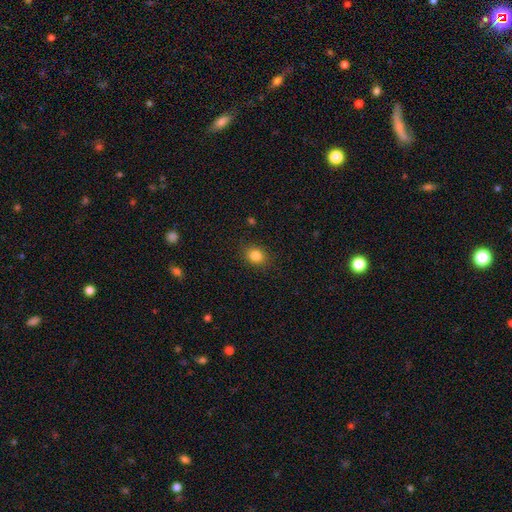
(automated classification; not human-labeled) A smooth galaxy with no disk features (84%) that is round (61%).

Vote fractions:
- Smooth or featured? smooth: 84% / star or artifact: 11% / featured or disk: 5%
- How rounded? round: 61% / in between: 38% / cigar-shaped: 1%
- Merging? none: 86% / minor disturbance: 10% / major disturbance: 3% / merger: 1%